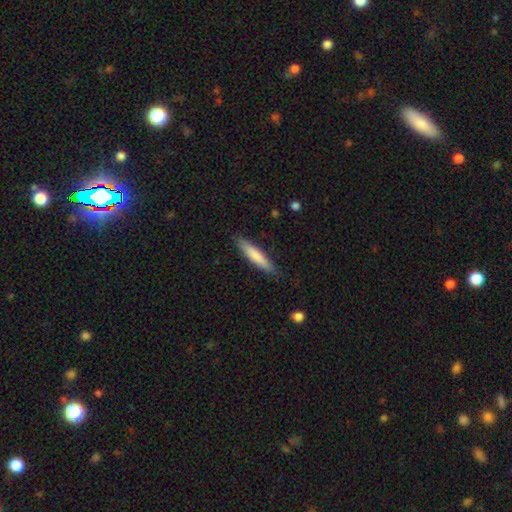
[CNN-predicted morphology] type=smooth (79%); roundness=cigar-shaped (85%); merging=none (87%).